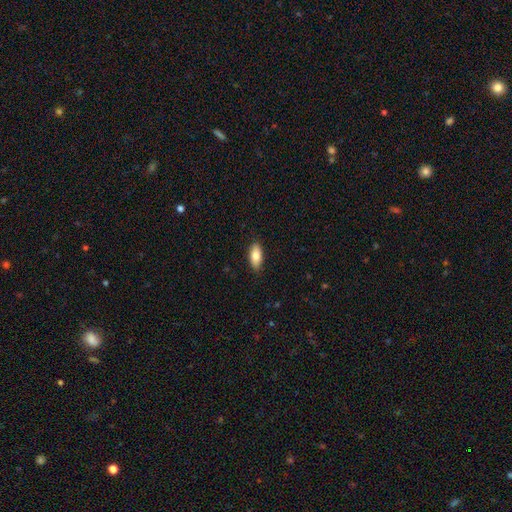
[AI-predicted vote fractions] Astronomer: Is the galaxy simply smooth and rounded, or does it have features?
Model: smooth — 81%.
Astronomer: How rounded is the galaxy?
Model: in between — 89%.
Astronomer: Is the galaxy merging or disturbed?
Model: none — 87%.